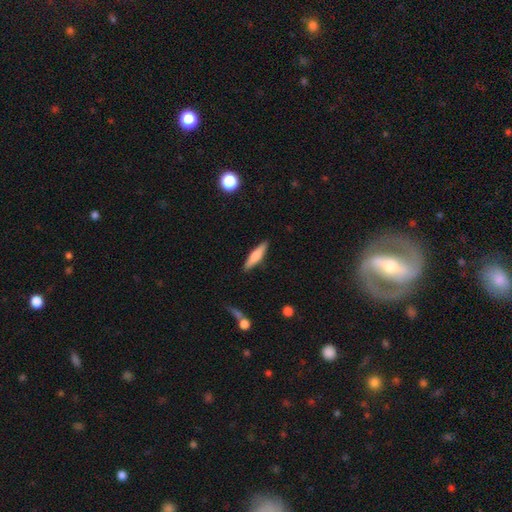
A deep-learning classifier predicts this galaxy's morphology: Smooth or featured? Predicted: smooth (p=0.61). How rounded? Predicted: cigar-shaped (p=0.78). Merging? Predicted: none (p=0.89).